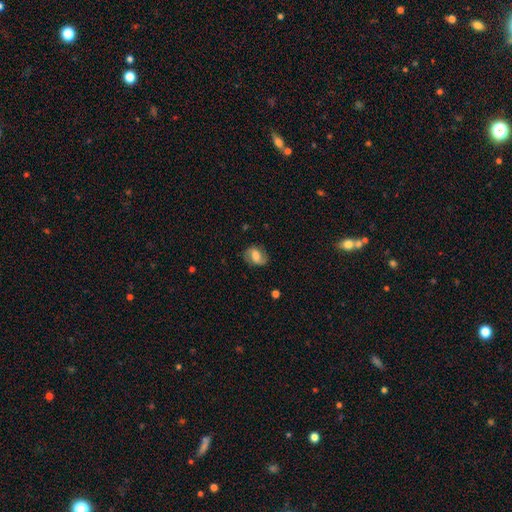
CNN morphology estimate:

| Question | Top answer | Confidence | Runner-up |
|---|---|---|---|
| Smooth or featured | featured or disk | 50% | smooth (41%) |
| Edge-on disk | no | 96% | yes (4%) |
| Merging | none | 76% | minor disturbance (17%) |